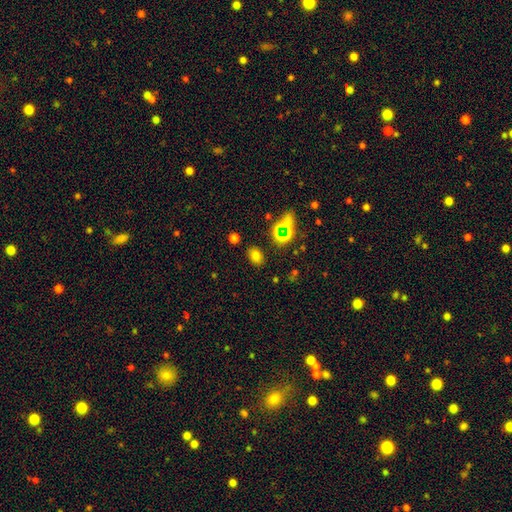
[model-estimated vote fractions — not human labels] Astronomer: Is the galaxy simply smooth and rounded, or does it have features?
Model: smooth — 72%.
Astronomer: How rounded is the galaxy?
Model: in between — 73%.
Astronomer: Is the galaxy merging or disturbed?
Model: none — 84%.